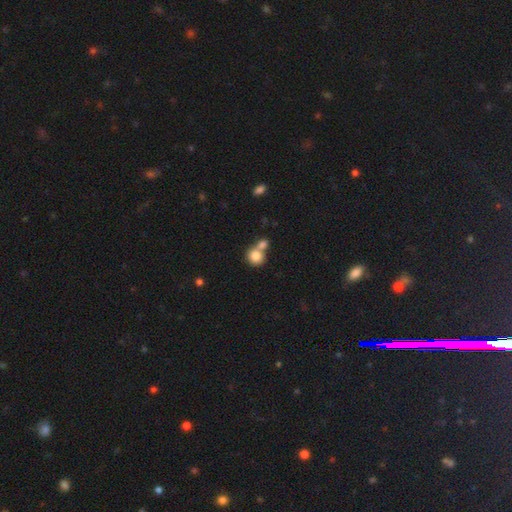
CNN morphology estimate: The model was most divided on "merging": merger: 51%, none: 39%, minor disturbance: 7%, major disturbance: 3%. More confident: how rounded — round (83%); smooth or featured — smooth (81%).